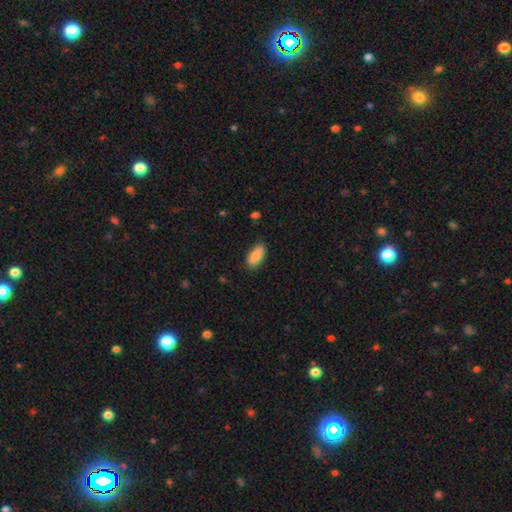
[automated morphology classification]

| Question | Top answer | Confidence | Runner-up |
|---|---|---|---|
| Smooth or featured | smooth | 87% | featured or disk (7%) |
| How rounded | in between | 81% | cigar-shaped (17%) |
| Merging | none | 83% | minor disturbance (13%) |